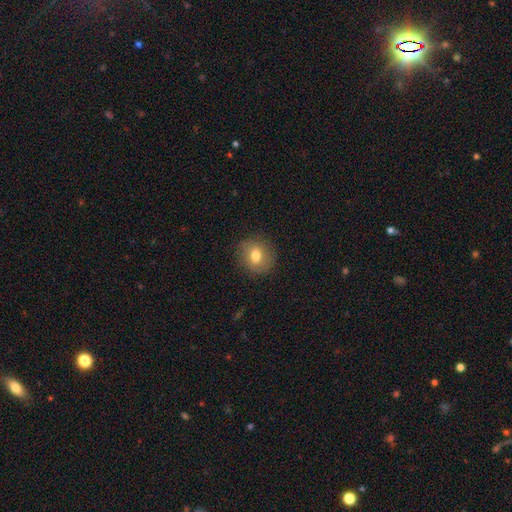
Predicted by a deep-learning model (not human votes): A smooth galaxy with no disk features (74%) that is round (78%). Merging: none (86%).